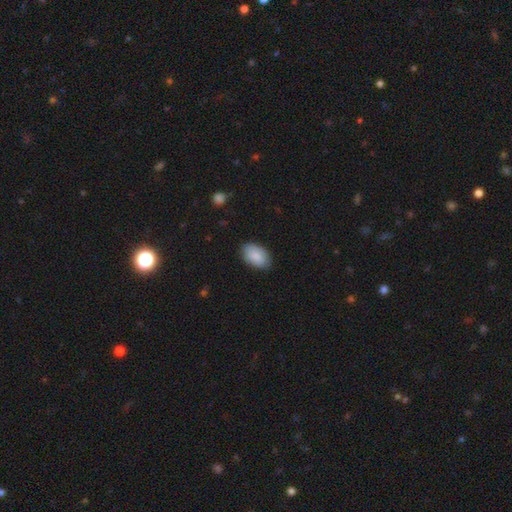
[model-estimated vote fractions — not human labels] A smooth galaxy with no disk features (86%) that is in between round and cigar-shaped (92%). Merging: none (80%).